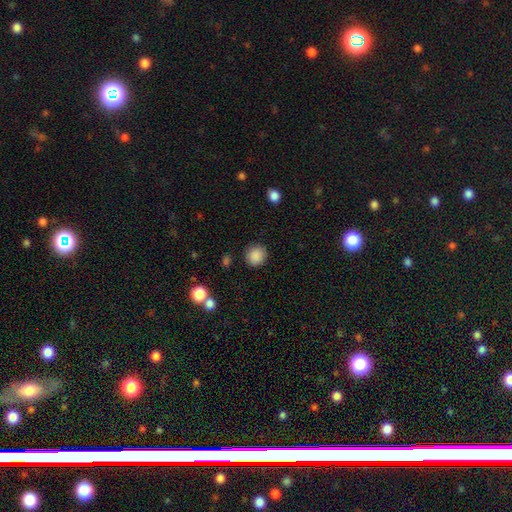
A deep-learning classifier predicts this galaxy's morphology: This appears to be a smooth galaxy with no disk features (87%) that is round (91%). Merging: none (88%).